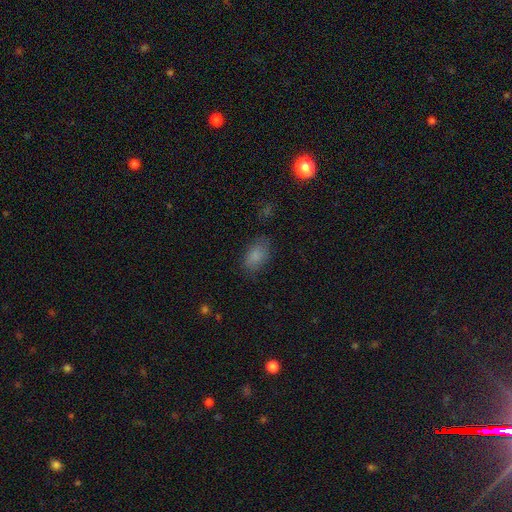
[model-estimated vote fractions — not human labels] A smooth galaxy with no disk features (82%) that is in between round and cigar-shaped (90%). Merging: none (76%).